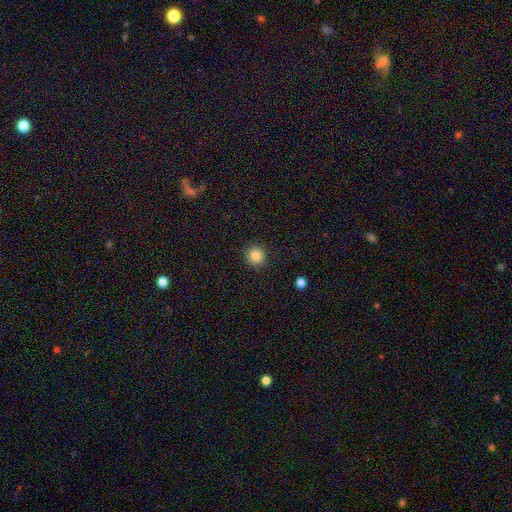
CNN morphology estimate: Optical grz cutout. It shows a smooth galaxy with no disk features (86%) that is round (93%). Merging: none (91%).